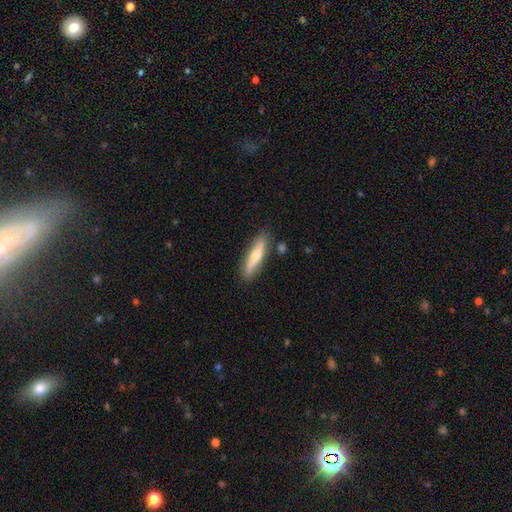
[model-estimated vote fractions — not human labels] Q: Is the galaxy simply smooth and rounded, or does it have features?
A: smooth — 48%.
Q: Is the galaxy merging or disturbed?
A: none — 83%.